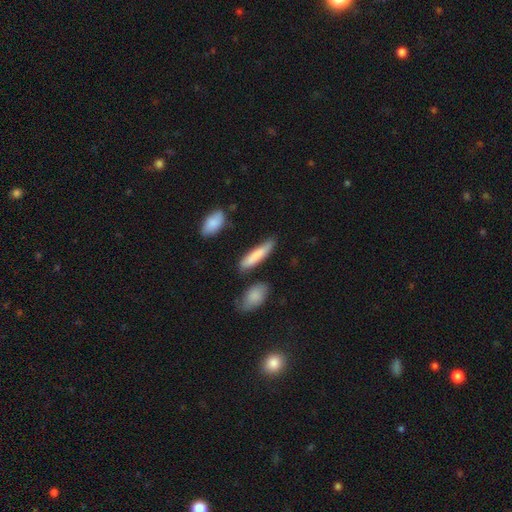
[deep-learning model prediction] This appears to be a smooth galaxy with no disk features (80%) that is cigar-shaped (76%). Merging: none (73%).